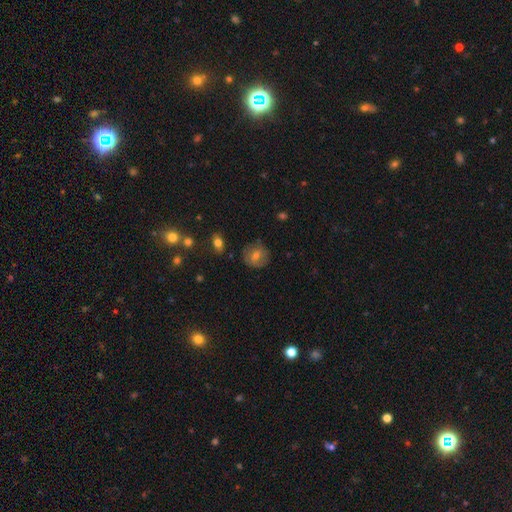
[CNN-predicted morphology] Smooth or featured: smooth — 57% (featured or disk — 30%)
How rounded: round — 84% (in between — 14%)
Merging: none — 80% (minor disturbance — 14%)